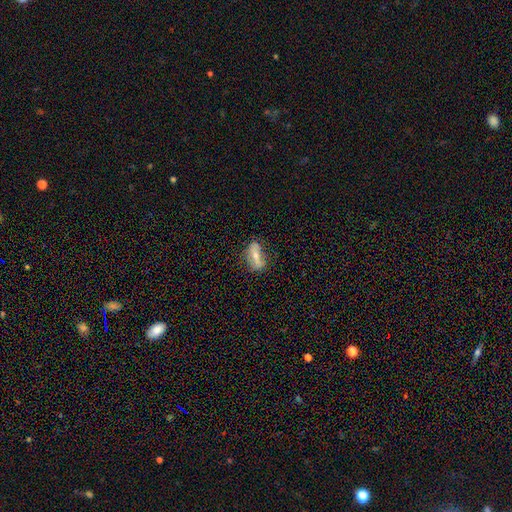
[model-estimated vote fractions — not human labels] Smooth or featured? Predicted: featured or disk (p=0.46). Merging? Predicted: none (p=0.69).